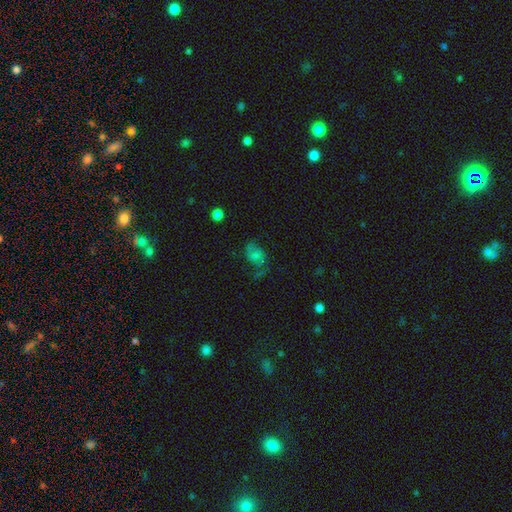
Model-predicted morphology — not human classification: type=featured or disk (47%); merging=none (47%).